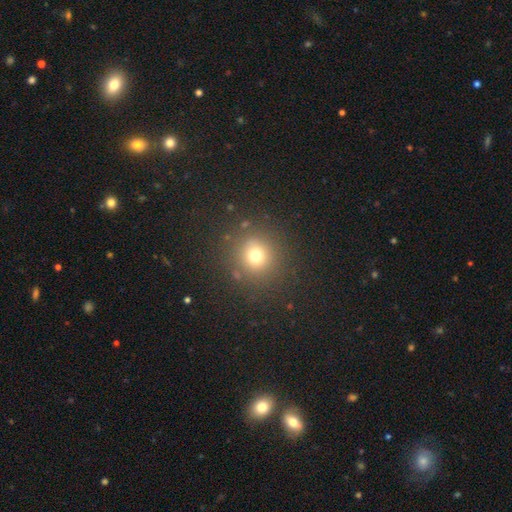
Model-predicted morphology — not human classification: This appears to be a smooth galaxy with no disk features (71%) that is round (90%). Merging: none (85%).